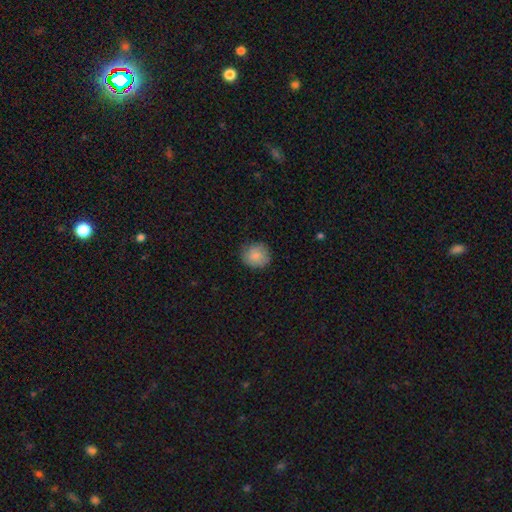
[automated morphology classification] Smooth or featured? smooth (86%)
How rounded? round (83%)
Merging? none (83%)